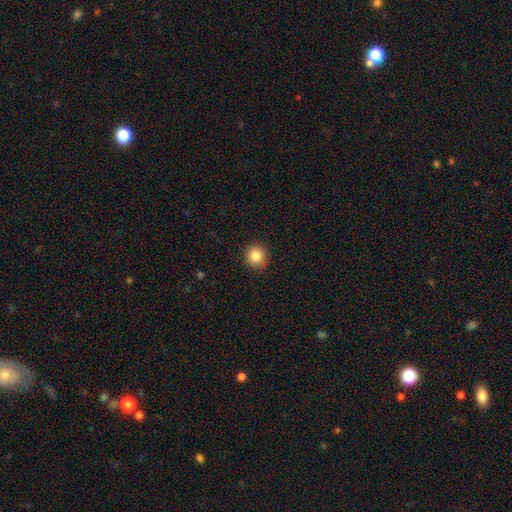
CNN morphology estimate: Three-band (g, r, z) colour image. It shows a smooth galaxy with no disk features (86%) that is round (92%). Merging: none (90%).